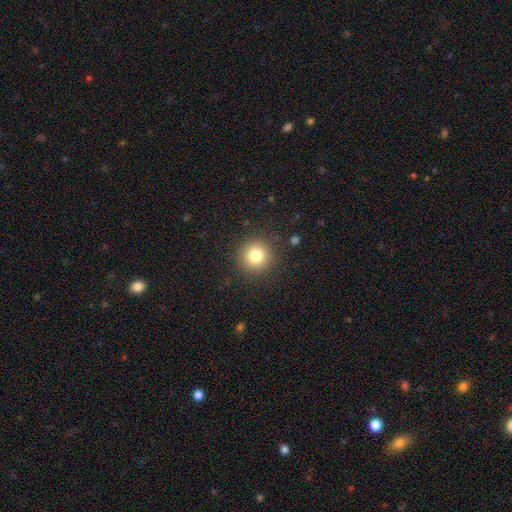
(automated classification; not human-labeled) smooth_or_featured: smooth (p=0.80) [alt: star or artifact p=0.12]
how_rounded: round (p=0.95) [alt: in between p=0.05]
merging: none (p=0.90) [alt: minor disturbance p=0.06]